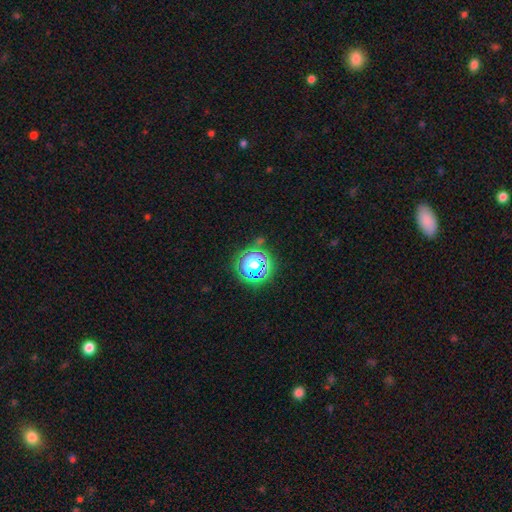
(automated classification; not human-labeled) This appears to be a star or artifact, not a galaxy (68%).